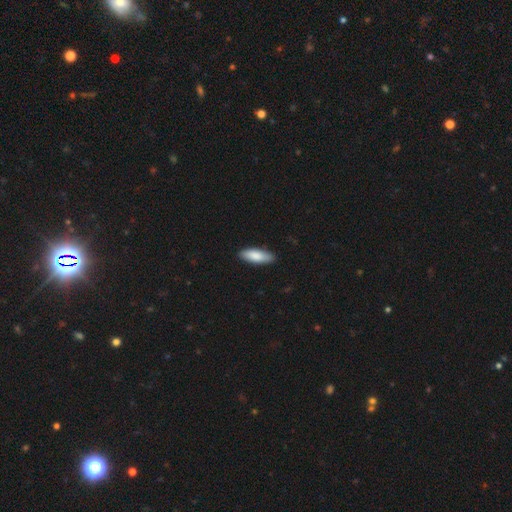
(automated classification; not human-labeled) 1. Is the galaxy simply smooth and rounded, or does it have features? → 86% smooth, 9% featured or disk, 5% star or artifact.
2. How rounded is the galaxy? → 60% in between, 38% cigar-shaped, 2% round.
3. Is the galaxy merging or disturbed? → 88% none, 9% minor disturbance, 2% major disturbance, 1% merger.